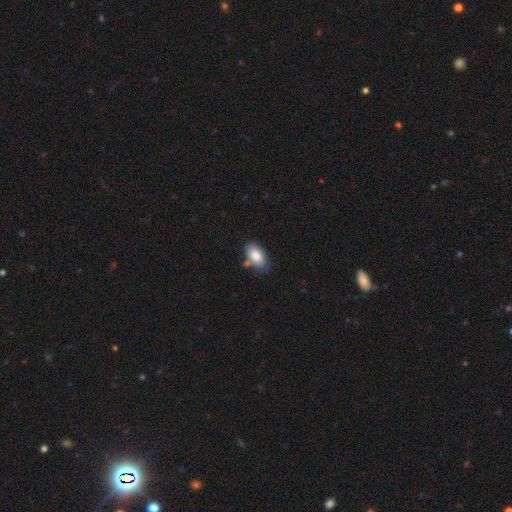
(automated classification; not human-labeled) Overall: smooth (82%). How rounded: in between (93%). Merging: none (65%).